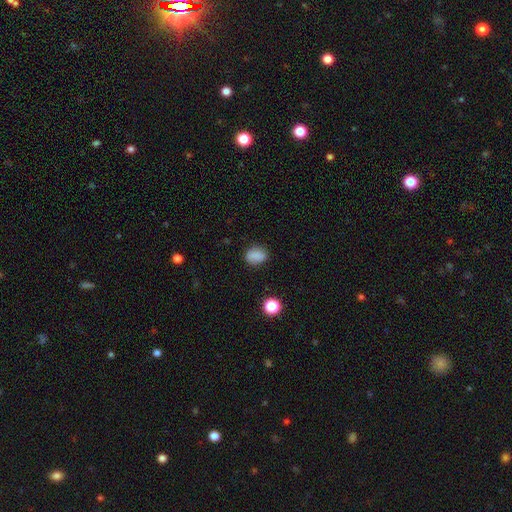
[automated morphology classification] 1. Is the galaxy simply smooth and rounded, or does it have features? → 81% smooth, 11% star or artifact, 8% featured or disk.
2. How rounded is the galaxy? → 61% in between, 36% round, 3% cigar-shaped.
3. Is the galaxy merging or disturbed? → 83% none, 12% minor disturbance, 3% major disturbance, 2% merger.